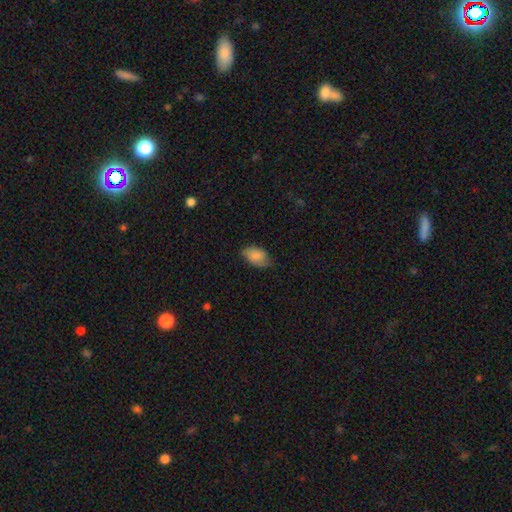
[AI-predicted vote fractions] Morphology: type=smooth (82%); roundness=in between (92%); merging=none (67%).